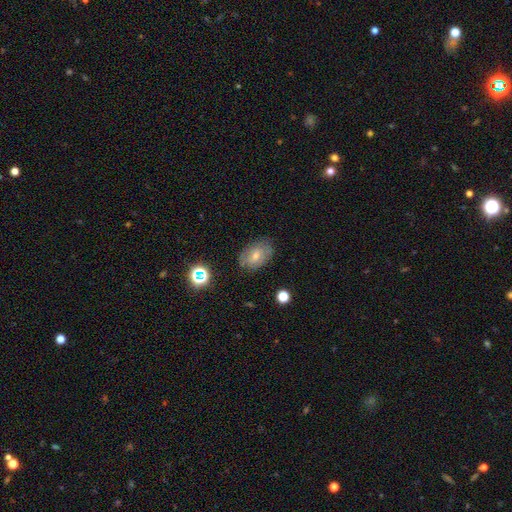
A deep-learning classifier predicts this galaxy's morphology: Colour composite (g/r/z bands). It shows a smooth galaxy with no disk features (49%). Merging: none (78%).